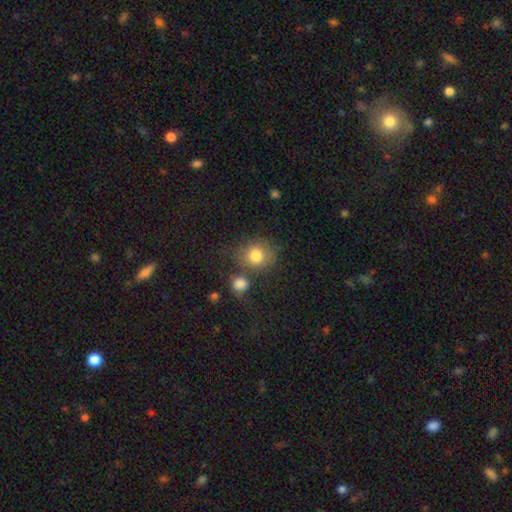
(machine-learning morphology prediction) smooth_or_featured: smooth (p=0.79) [alt: featured or disk p=0.11]
how_rounded: round (p=0.76) [alt: in between p=0.23]
merging: none (p=0.59) [alt: merger p=0.18]